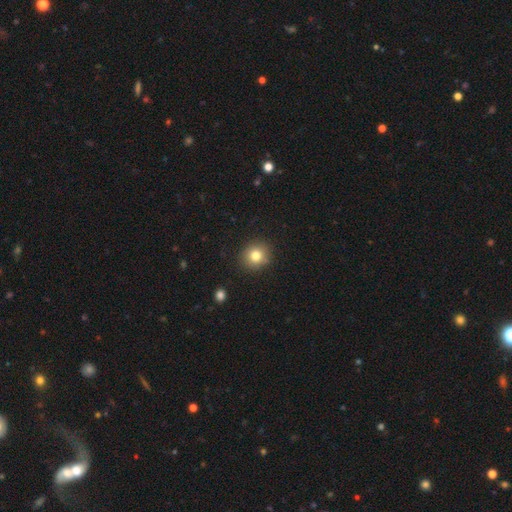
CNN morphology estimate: smooth-or-featured: smooth: 80% | star or artifact: 12% | featured or disk: 9%
  how-rounded: round: 82% | in between: 17% | cigar-shaped: 1%
  merging: none: 88% | minor disturbance: 8% | major disturbance: 2% | merger: 2%